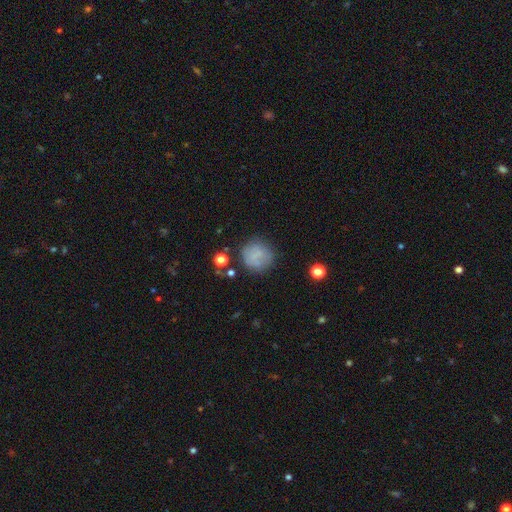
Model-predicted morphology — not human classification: smooth 72%, featured or disk 17%, star or artifact 11%. Down the decision tree: how rounded — round (90%); merging — none (70%).